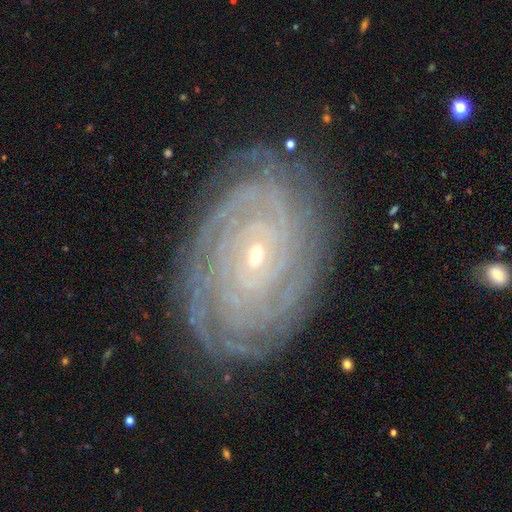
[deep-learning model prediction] This is clearly a featured or disk galaxy (90%). It is clearly not viewed edge-on (97%). Bar: likely no (67%). Spiral arm pattern: clearly yes (98%). Spiral arm count: marginally more than 4 (23%, tied with can't tell). Spiral winding: clearly tight (89%). Central bulge: likely small (78%). Merging: clearly none (83%).